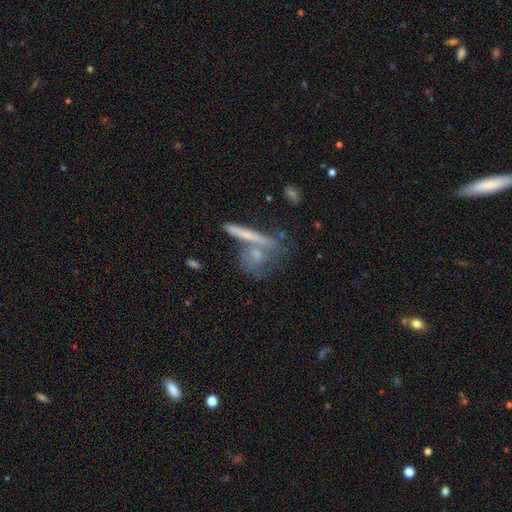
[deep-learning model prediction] smooth-or-featured: smooth: 54% | featured or disk: 36% | star or artifact: 10%
  how-rounded: cigar-shaped: 46% | round: 29% | in between: 25%
  merging: none: 45% | merger: 32% | minor disturbance: 14% | major disturbance: 9%